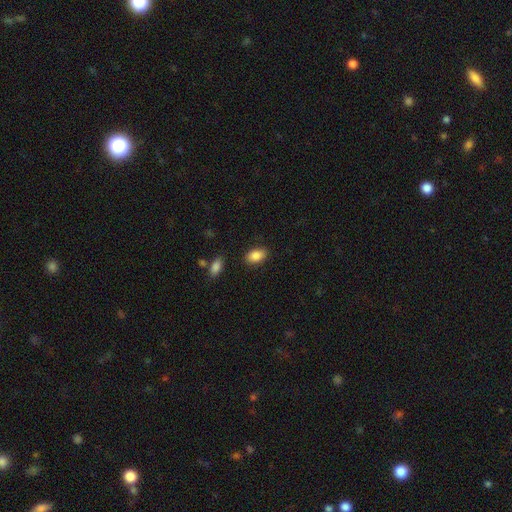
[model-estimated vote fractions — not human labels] Q: Smooth or featured?
A: smooth (86%); runner-up: star or artifact (8%)
Q: How rounded?
A: in between (90%); runner-up: round (8%)
Q: Merging?
A: none (85%); runner-up: minor disturbance (10%)